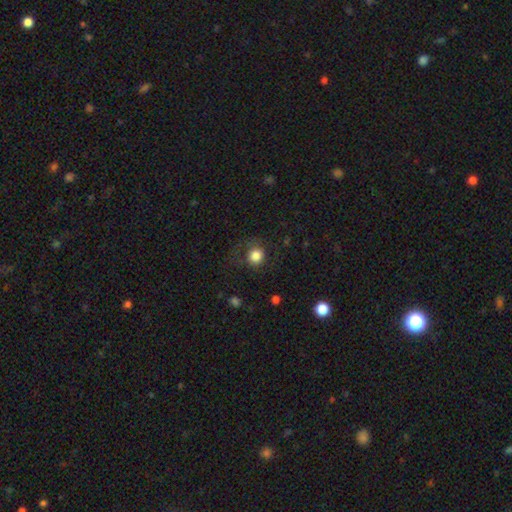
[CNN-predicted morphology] Q: Smooth or featured?
A: smooth (84%); runner-up: star or artifact (10%)
Q: How rounded?
A: round (86%); runner-up: in between (13%)
Q: Merging?
A: none (70%); runner-up: minor disturbance (16%)